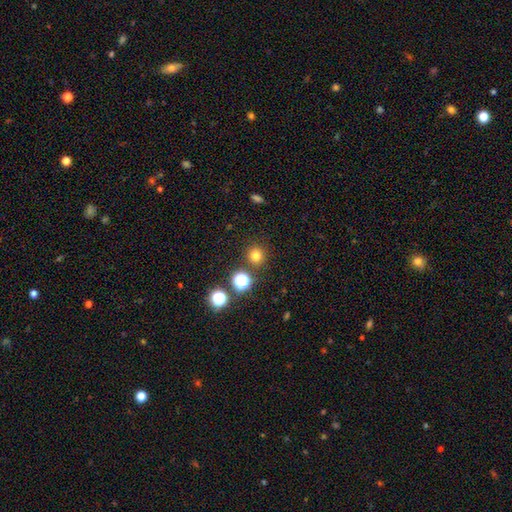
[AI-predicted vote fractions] smooth_or_featured: smooth (p=0.76) [alt: star or artifact p=0.19]
how_rounded: round (p=0.93) [alt: in between p=0.06]
merging: none (p=0.87) [alt: minor disturbance p=0.06]